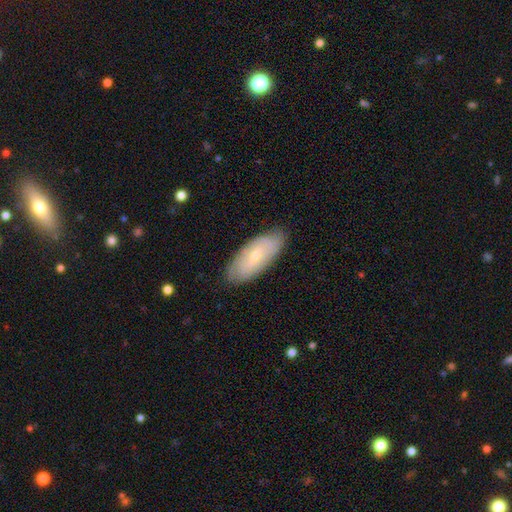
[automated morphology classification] Overall: smooth (50%; featured or disk 43%). How rounded: in between (82%). Merging: none (83%).